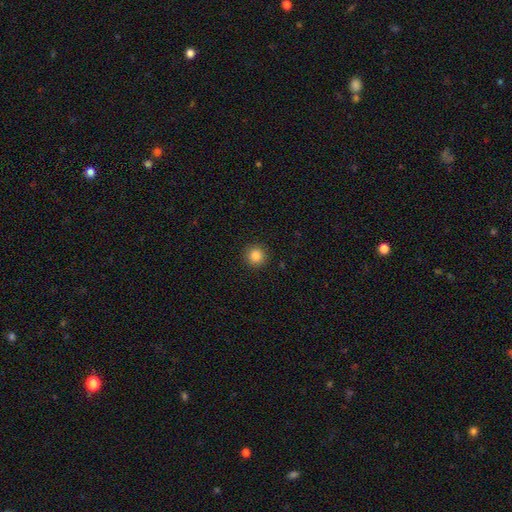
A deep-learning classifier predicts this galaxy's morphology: smooth-or-featured: smooth: 85% | star or artifact: 11% | featured or disk: 4%
  how-rounded: round: 94% | in between: 5% | cigar-shaped: 1%
  merging: none: 92% | minor disturbance: 5% | major disturbance: 2% | merger: 1%